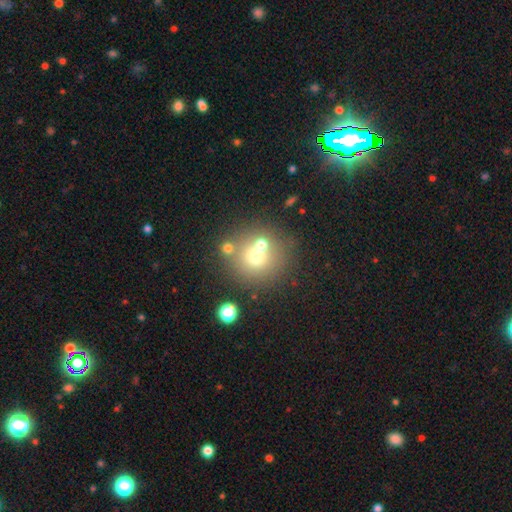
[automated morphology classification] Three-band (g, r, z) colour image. It shows a smooth galaxy with no disk features (65%) that is round (91%). Merging: none (64%).